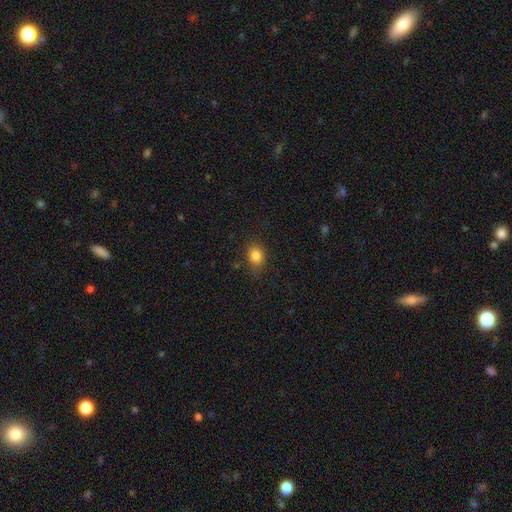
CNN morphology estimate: type=smooth (84%); roundness=in between (54%); merging=none (79%).